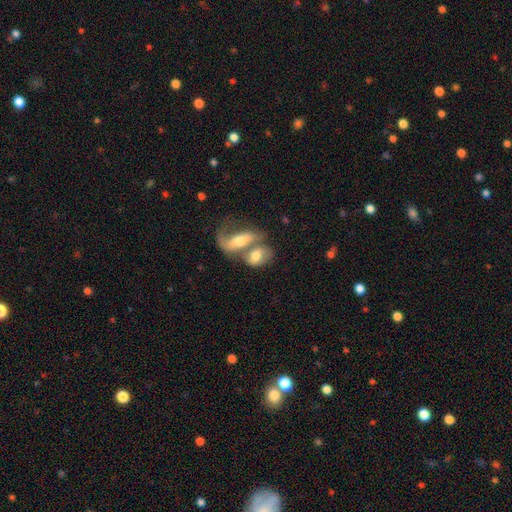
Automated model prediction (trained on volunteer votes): Smooth or featured? Predicted: smooth (p=0.53). How rounded? Predicted: in between (p=0.81). Merging? Predicted: merger (p=0.72).